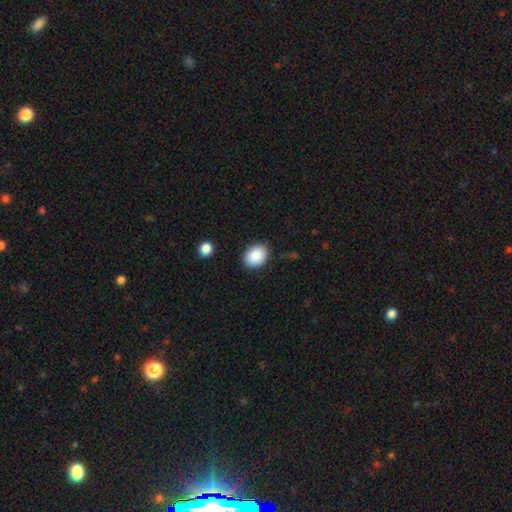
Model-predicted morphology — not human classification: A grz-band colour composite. It shows a smooth galaxy with no disk features (87%) that is in between round and cigar-shaped (59%). Merging: none (87%).